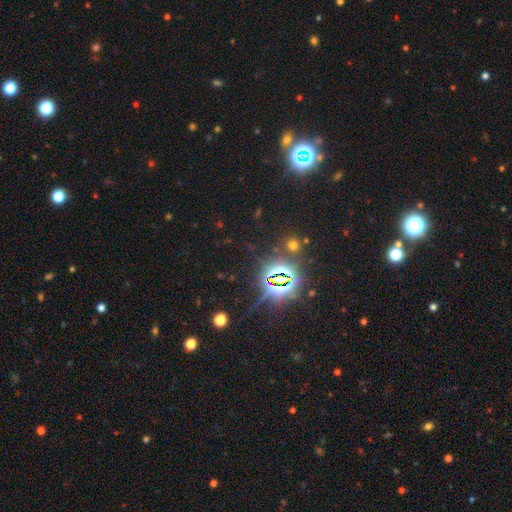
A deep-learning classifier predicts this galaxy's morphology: Smooth or featured? star or artifact (84%)